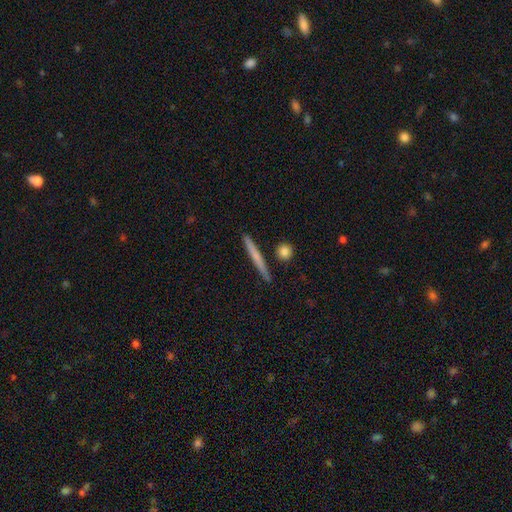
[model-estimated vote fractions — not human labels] This appears to be a smooth galaxy with no disk features (60%) that is cigar-shaped (95%). Merging: none (88%).